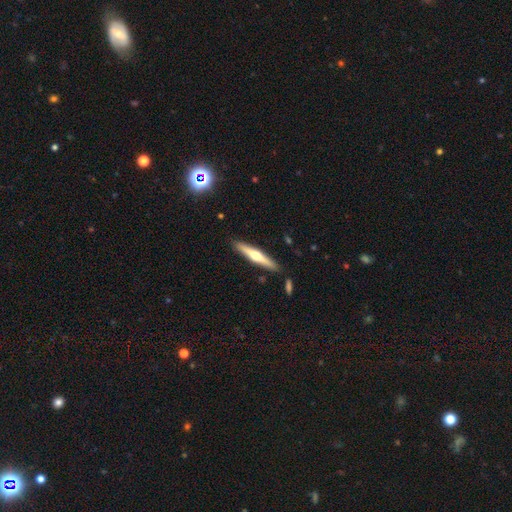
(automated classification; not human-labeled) This appears to be a featured or disk galaxy (59%) viewed edge-on (96%) with a rounded central bulge (92%). Merging: none (89%).